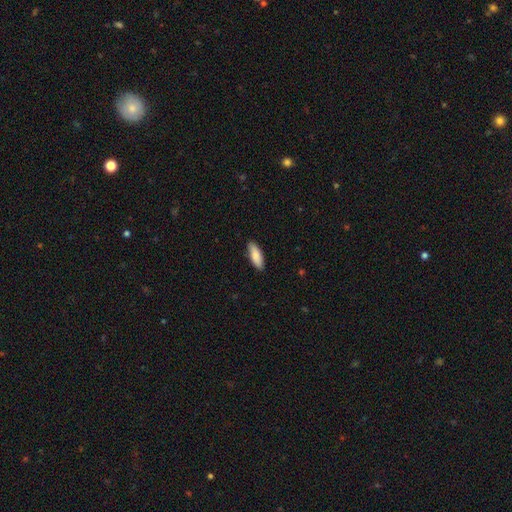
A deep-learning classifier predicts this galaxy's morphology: This is clearly a smooth galaxy (84%). How rounded: likely in between (66%). Merging: clearly none (87%).